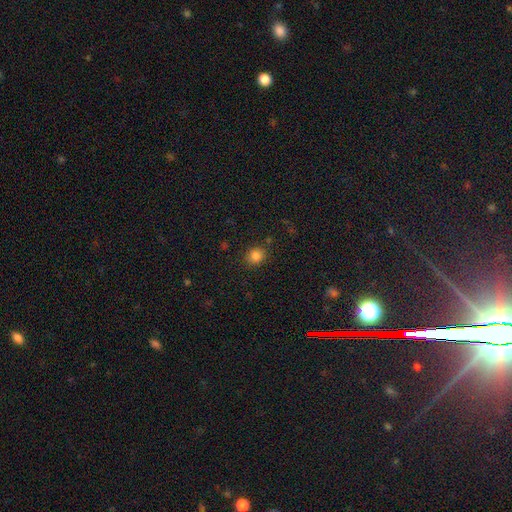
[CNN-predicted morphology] Overall: smooth (83%). How rounded: round (75%). Merging: none (85%).